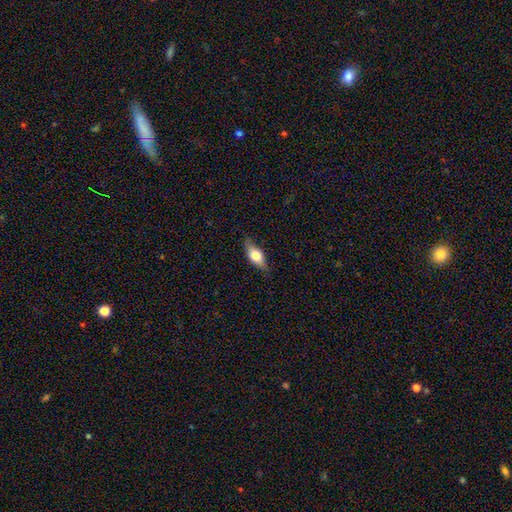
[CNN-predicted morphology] The model was most divided on "smooth or featured": smooth: 62%, featured or disk: 31%, star or artifact: 7%. More confident: merging — none (78%); how rounded — in between (77%).